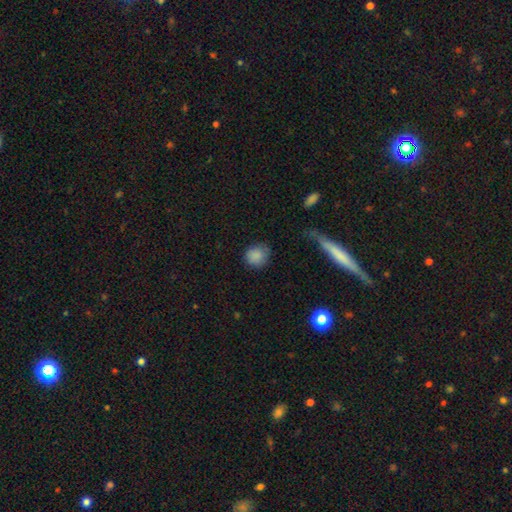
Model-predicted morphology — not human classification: A smooth galaxy with no disk features (86%) that is round (83%).

Vote fractions:
- Smooth or featured? smooth: 86% / star or artifact: 9% / featured or disk: 5%
- How rounded? round: 83% / in between: 16% / cigar-shaped: 1%
- Merging? none: 74% / minor disturbance: 18% / major disturbance: 6% / merger: 2%